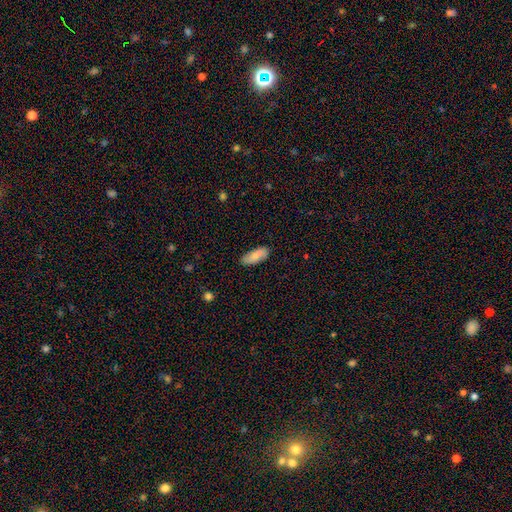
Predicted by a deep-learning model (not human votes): A smooth galaxy with no disk features (84%) that is in between round and cigar-shaped (75%).

Vote fractions:
- Smooth or featured? smooth: 84% / featured or disk: 10% / star or artifact: 6%
- How rounded? in between: 75% / cigar-shaped: 23% / round: 2%
- Merging? none: 84% / minor disturbance: 12% / major disturbance: 2% / merger: 1%